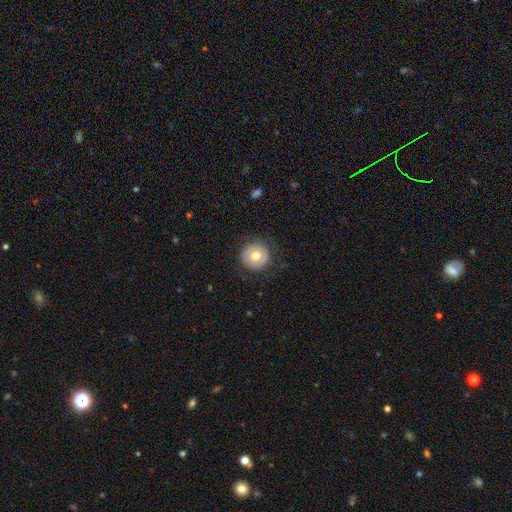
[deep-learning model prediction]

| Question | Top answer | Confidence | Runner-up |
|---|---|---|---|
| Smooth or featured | smooth | 64% | featured or disk (28%) |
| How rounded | round | 94% | in between (5%) |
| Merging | none | 83% | minor disturbance (12%) |